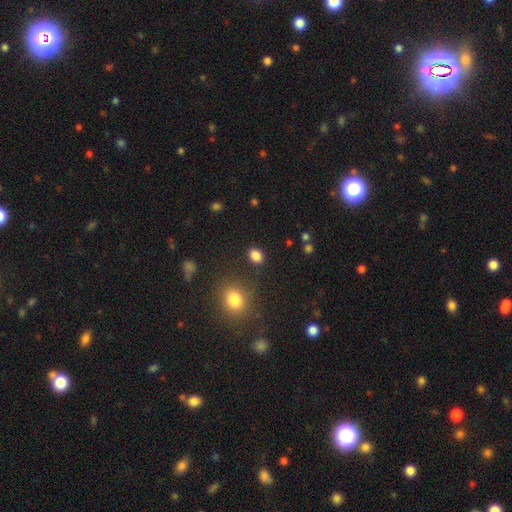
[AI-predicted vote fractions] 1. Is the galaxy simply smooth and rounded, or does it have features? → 85% smooth, 11% star or artifact, 4% featured or disk.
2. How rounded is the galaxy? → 67% in between, 32% round, 1% cigar-shaped.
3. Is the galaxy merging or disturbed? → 85% none, 9% minor disturbance, 3% major disturbance, 3% merger.